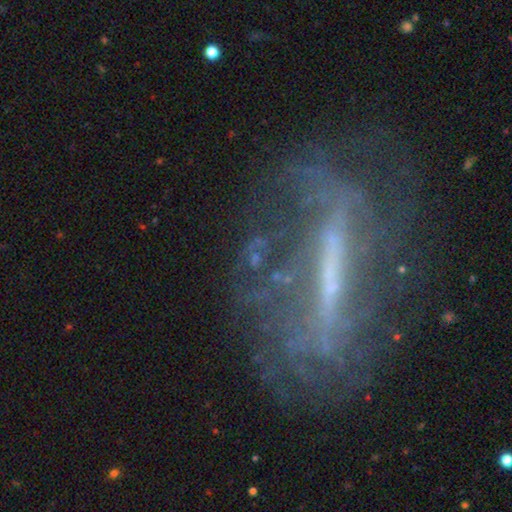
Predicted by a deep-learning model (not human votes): The model was most divided on "spiral arms": yes: 56%, no: 44%. More confident: smooth or featured — featured or disk (77%); edge-on disk — no (66%); bar — strong (63%); merging — none (59%); bulge size — small (50%).